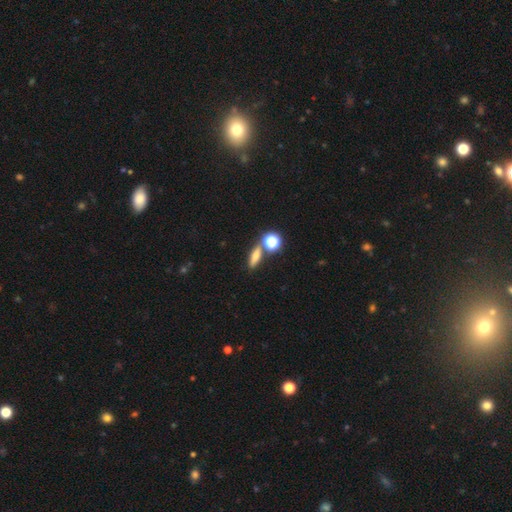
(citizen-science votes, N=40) Smooth or featured? smooth (75%)
How rounded? cigar-shaped (47%)
Merging? none (68%)